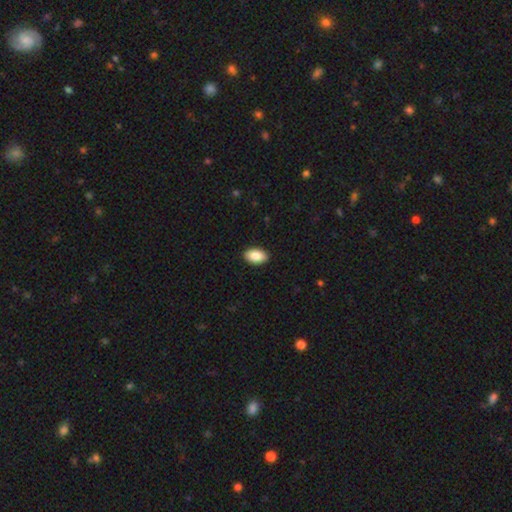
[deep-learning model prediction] This appears to be a smooth galaxy with no disk features (86%) that is in between round and cigar-shaped (94%). Merging: none (91%).